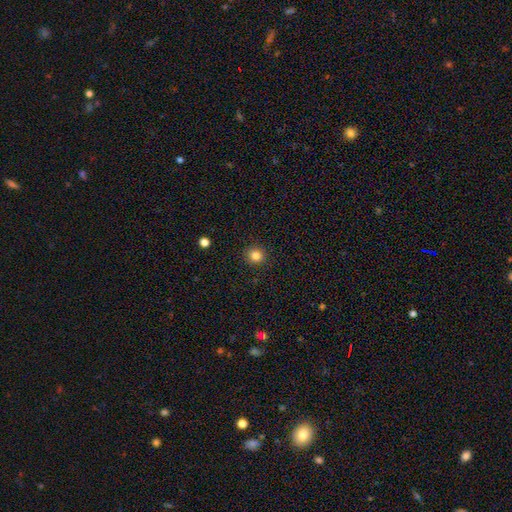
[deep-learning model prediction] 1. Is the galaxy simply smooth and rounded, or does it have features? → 83% smooth, 12% star or artifact, 5% featured or disk.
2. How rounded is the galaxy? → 92% round, 7% in between, 1% cigar-shaped.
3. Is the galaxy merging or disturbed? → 92% none, 5% minor disturbance, 2% major disturbance, 1% merger.